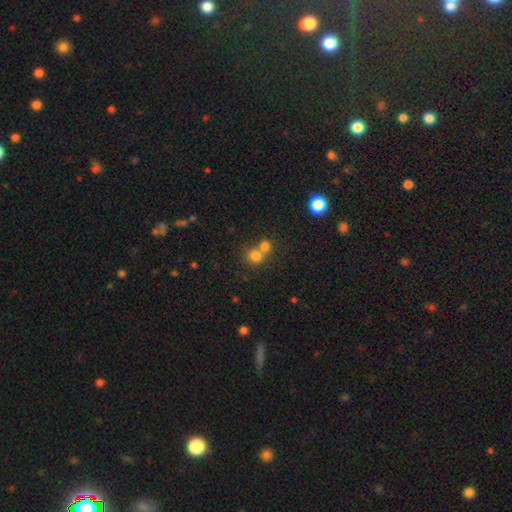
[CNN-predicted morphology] Smooth or featured?
  - smooth: 78% *
  - star or artifact: 14%
  - featured or disk: 9%
How rounded?
  - round: 81% *
  - in between: 18%
  - cigar-shaped: 1%
Merging?
  - merger: 48% *
  - none: 44%
  - minor disturbance: 6%
  - major disturbance: 3%